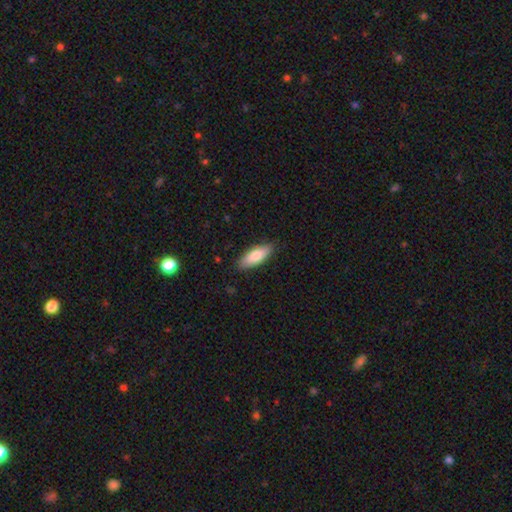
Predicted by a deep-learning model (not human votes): A smooth galaxy with no disk features (81%) that is in between round and cigar-shaped (69%).

Vote fractions:
- Smooth or featured? smooth: 81% / featured or disk: 14% / star or artifact: 6%
- How rounded? in between: 69% / cigar-shaped: 29% / round: 2%
- Merging? none: 86% / minor disturbance: 11% / major disturbance: 2% / merger: 1%